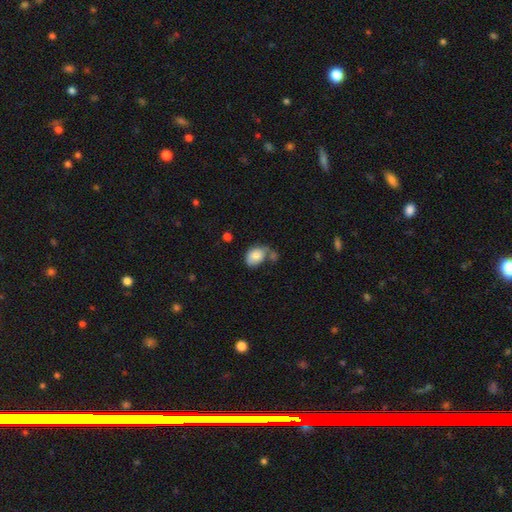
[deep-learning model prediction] The model was most divided on "merging": none: 36%, merger: 28%, minor disturbance: 23%, major disturbance: 13%. More confident: smooth or featured — smooth (81%); how rounded — in between (73%).